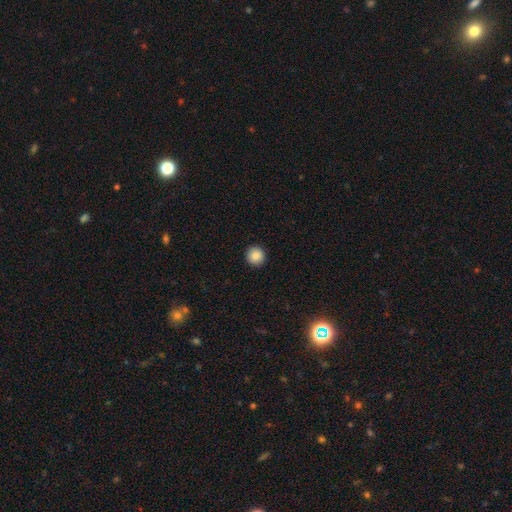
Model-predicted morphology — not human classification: Smooth or featured? smooth (87%)
How rounded? round (94%)
Merging? none (93%)